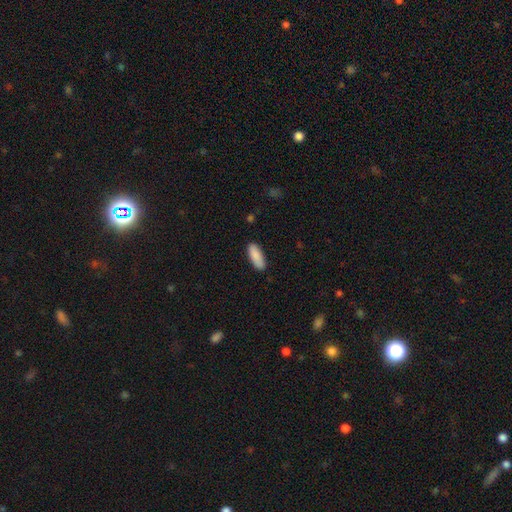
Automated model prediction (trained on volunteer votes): A smooth galaxy with no disk features (90%) that is in between round and cigar-shaped (72%).

Vote fractions:
- Smooth or featured? smooth: 90% / star or artifact: 6% / featured or disk: 5%
- How rounded? in between: 72% / cigar-shaped: 26% / round: 2%
- Merging? none: 88% / minor disturbance: 9% / major disturbance: 2% / merger: 1%